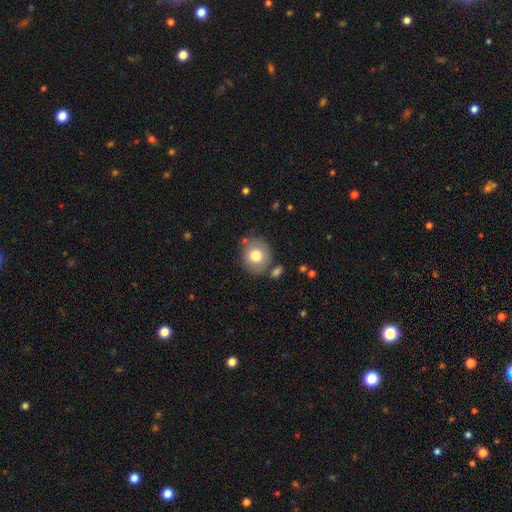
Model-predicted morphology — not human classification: Smooth or featured: smooth — 76% (featured or disk — 16%)
How rounded: round — 81% (in between — 18%)
Merging: none — 75% (minor disturbance — 13%)